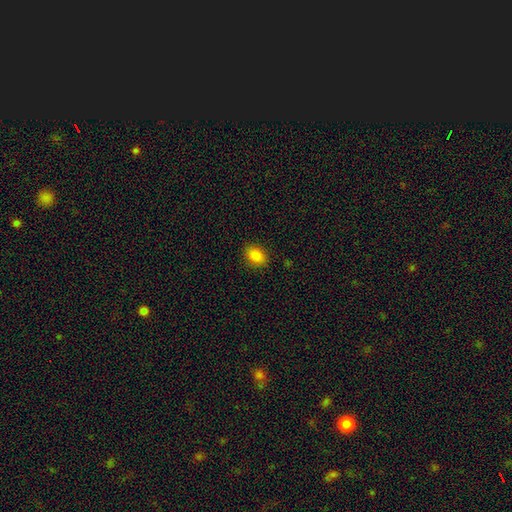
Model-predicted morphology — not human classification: Smooth or featured? Predicted: smooth (p=0.86). How rounded? Predicted: in between (p=0.76). Merging? Predicted: none (p=0.88).